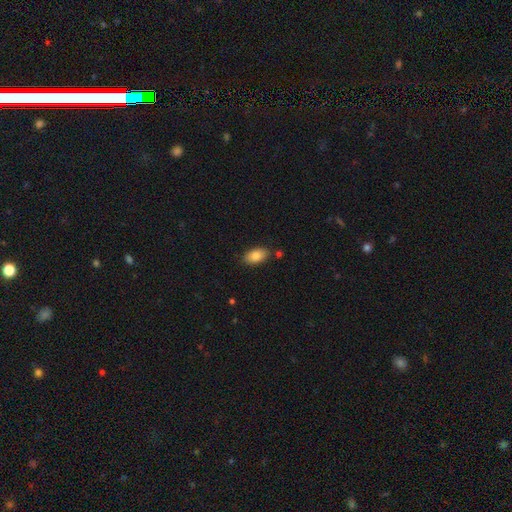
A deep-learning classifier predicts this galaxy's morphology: smooth 84%, featured or disk 9%, star or artifact 7%. Down the decision tree: how rounded — in between (93%); merging — none (83%).